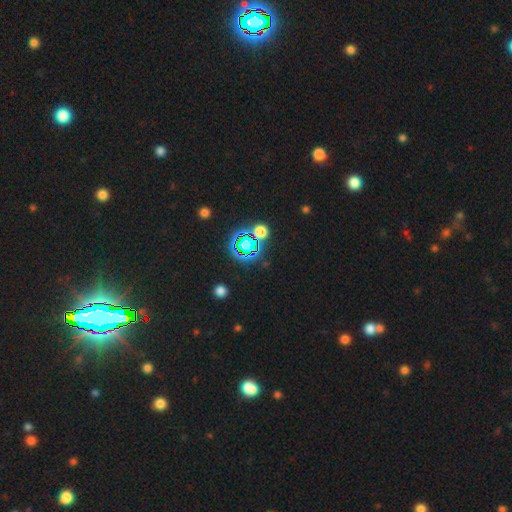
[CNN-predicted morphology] Overall: star or artifact (80%).